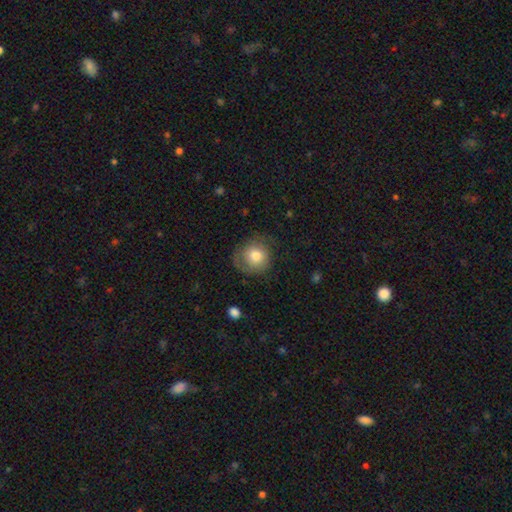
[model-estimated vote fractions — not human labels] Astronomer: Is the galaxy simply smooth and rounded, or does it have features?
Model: smooth — 71%.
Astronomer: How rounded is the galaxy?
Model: round — 85%.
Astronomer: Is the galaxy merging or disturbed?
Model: none — 64%.